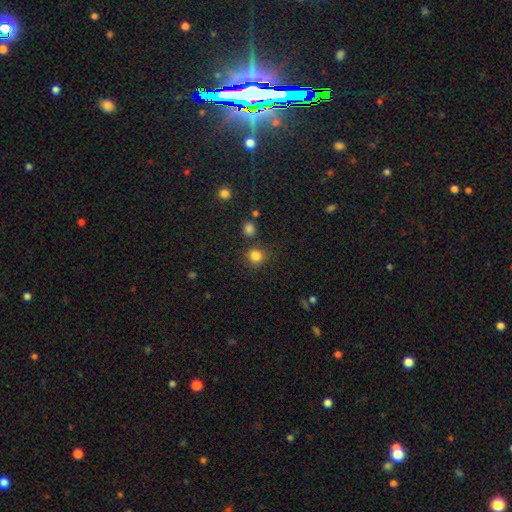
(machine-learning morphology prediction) A smooth galaxy with no disk features (83%) that is round (86%). Merging: none (78%).